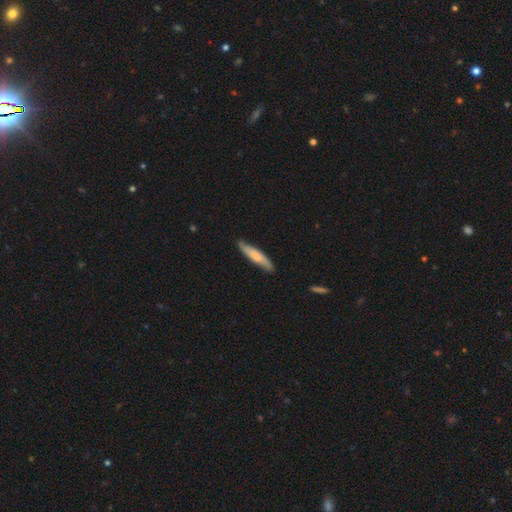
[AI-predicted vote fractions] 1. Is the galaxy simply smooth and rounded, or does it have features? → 59% smooth, 37% featured or disk, 5% star or artifact.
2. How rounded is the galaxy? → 84% cigar-shaped, 15% in between, 1% round.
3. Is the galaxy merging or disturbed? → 82% none, 15% minor disturbance, 2% major disturbance, 1% merger.